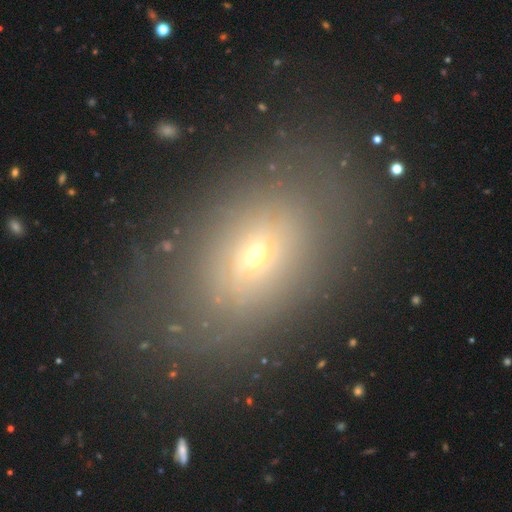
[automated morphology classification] A smooth galaxy with no disk features (58%) that is in between round and cigar-shaped (74%). Merging: none (79%).